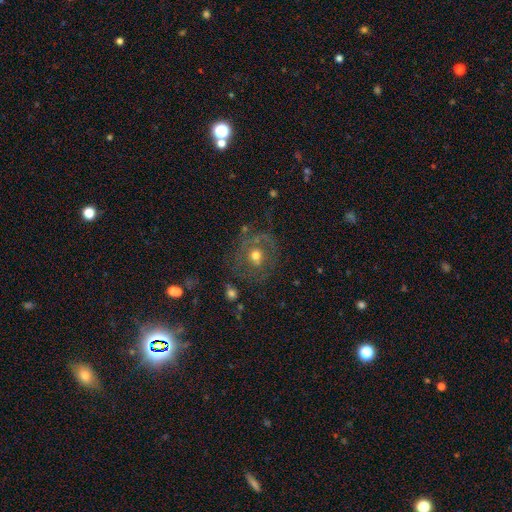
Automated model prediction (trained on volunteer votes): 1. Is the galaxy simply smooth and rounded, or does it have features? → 47% featured or disk, 40% smooth, 13% star or artifact.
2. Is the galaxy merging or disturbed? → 66% none, 17% minor disturbance, 13% major disturbance, 4% merger.